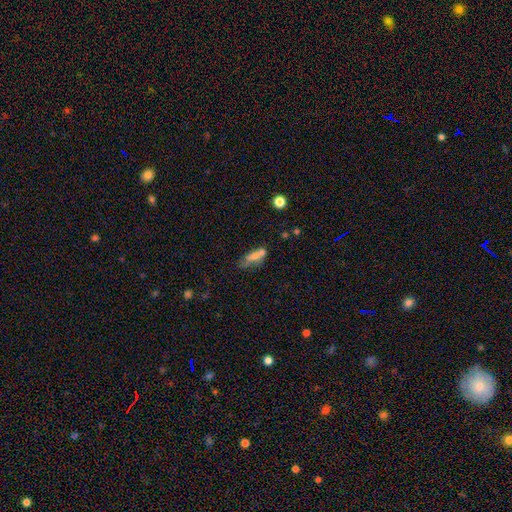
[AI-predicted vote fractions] Smooth or featured? smooth (59%)
How rounded? in between (57%)
Merging? merger (37%)